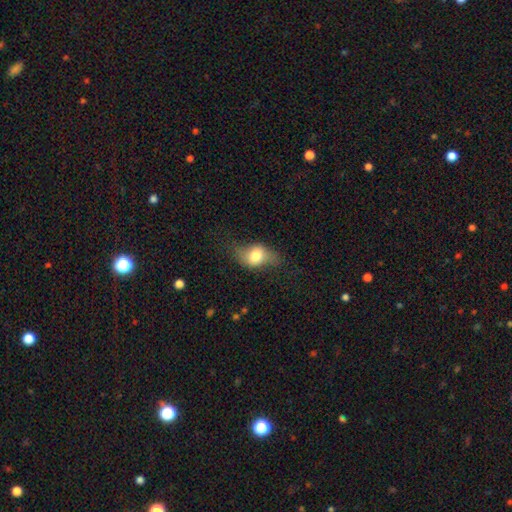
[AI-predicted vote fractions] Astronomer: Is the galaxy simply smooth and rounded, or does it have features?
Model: smooth — 63%.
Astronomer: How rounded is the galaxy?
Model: in between — 74%.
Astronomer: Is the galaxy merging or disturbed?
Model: none — 56%.